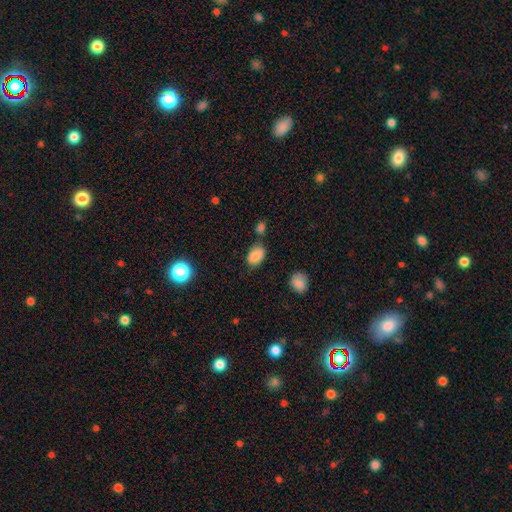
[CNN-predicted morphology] This appears to be a smooth galaxy with no disk features (86%) that is in between round and cigar-shaped (89%). Merging: none (69%).